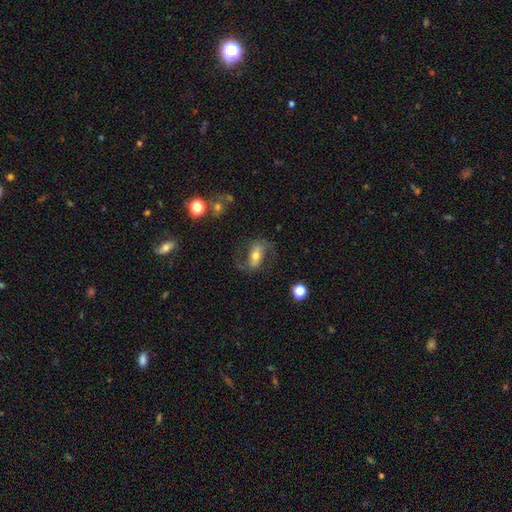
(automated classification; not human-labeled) Smooth or featured?
  - featured or disk: 73% *
  - smooth: 19%
  - star or artifact: 8%
Edge-on disk?
  - no: 95% *
  - yes: 5%
Bar?
  - strong: 46% *
  - weak: 32%
  - no: 22%
Spiral arms?
  - yes: 91% *
  - no: 9%
Spiral winding?
  - medium: 45% *
  - loose: 44%
  - tight: 11%
Spiral arm count?
  - 2: 90% *
  - can't tell: 4%
  - 1: 3%
  - 3: 1%
  - 4: 1%
  - more than 4: 1%
Bulge size?
  - moderate: 61% *
  - small: 27%
  - large: 9%
  - none: 2%
  - dominant: 2%
Merging?
  - none: 70% *
  - minor disturbance: 15%
  - major disturbance: 13%
  - merger: 2%